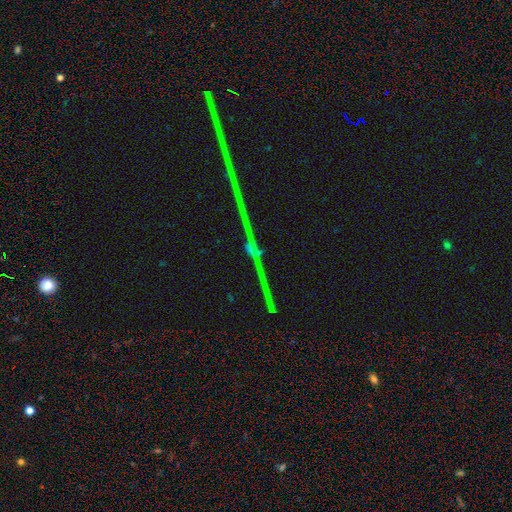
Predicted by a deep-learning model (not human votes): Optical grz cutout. It shows a star or artifact, not a galaxy (83%).